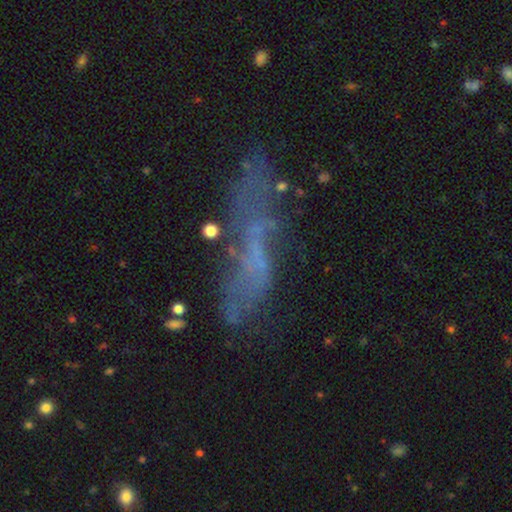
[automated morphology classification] Smooth or featured? Predicted: featured or disk (p=0.48). Merging? Predicted: none (p=0.47).